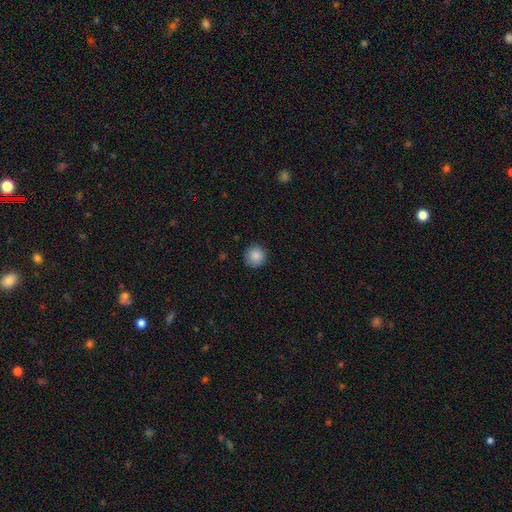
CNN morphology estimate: smooth_or_featured: smooth (p=0.87) [alt: star or artifact p=0.09]
how_rounded: round (p=0.95) [alt: in between p=0.04]
merging: none (p=0.90) [alt: minor disturbance p=0.07]